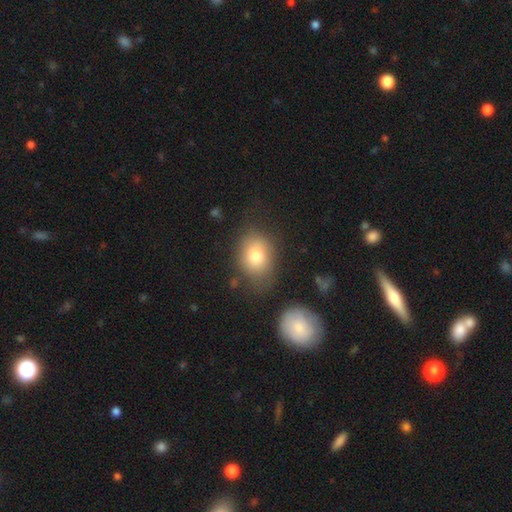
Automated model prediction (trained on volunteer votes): This is likely a smooth galaxy (80%). How rounded: likely in between (64%). Merging: likely none (69%).